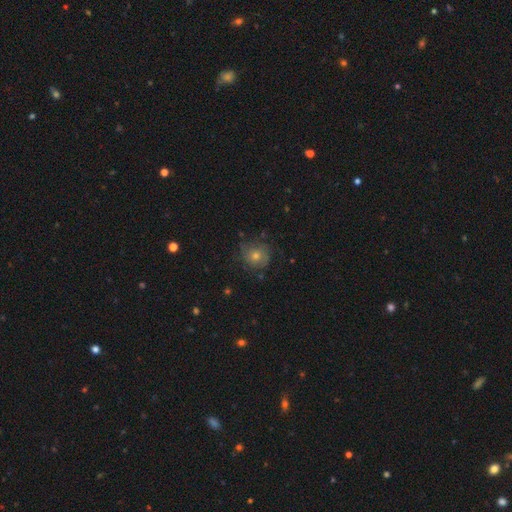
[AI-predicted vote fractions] smooth 45%, featured or disk 34%, star or artifact 21%. Down the decision tree: merging — none (75%).